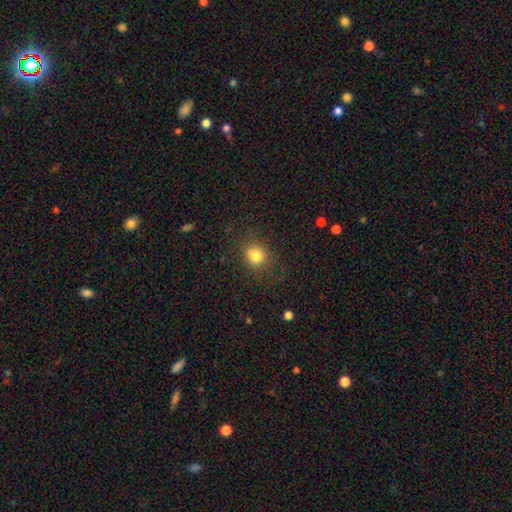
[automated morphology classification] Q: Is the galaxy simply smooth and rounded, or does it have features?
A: smooth — 81%.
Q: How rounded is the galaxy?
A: round — 75%.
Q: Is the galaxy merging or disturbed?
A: none — 76%.